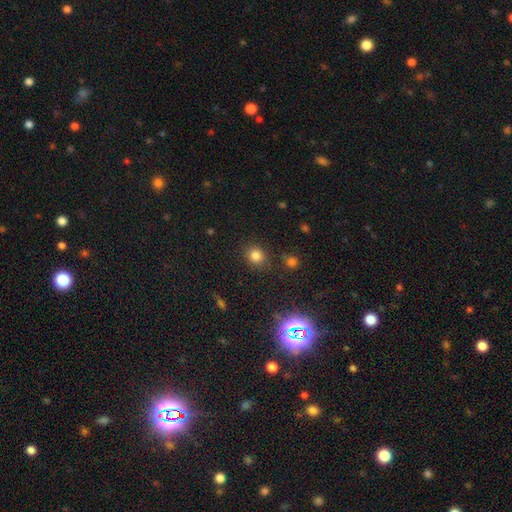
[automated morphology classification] smooth 79%, star or artifact 15%, featured or disk 6%. Down the decision tree: how rounded — round (78%); merging — none (83%).